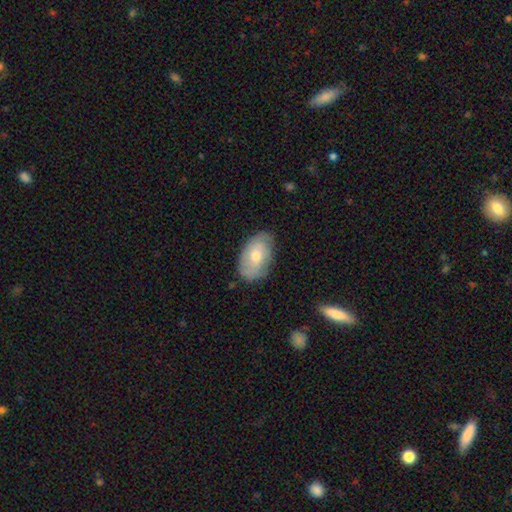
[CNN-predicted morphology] Smooth or featured? Predicted: smooth (p=0.51). How rounded? Predicted: in between (p=0.91). Merging? Predicted: none (p=0.73).